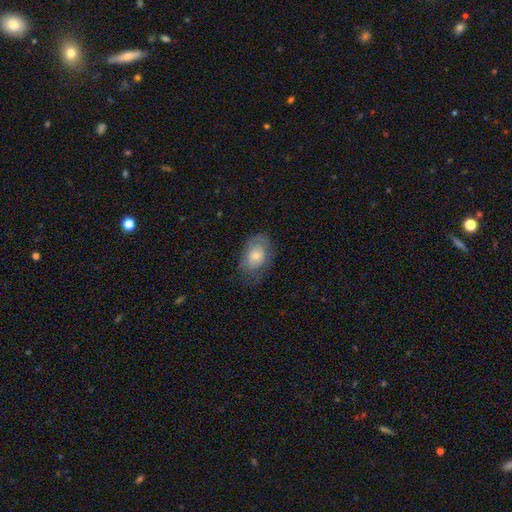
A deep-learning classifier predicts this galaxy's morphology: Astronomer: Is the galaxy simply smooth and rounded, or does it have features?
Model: smooth — 65%.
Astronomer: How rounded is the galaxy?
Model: in between — 81%.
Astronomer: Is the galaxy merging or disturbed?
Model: none — 66%.